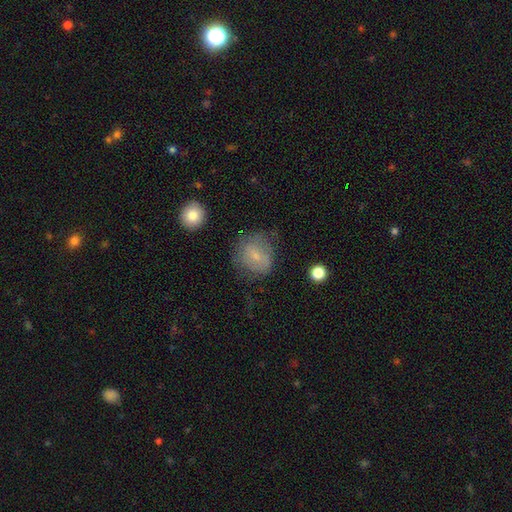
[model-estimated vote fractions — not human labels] Smooth or featured: smooth — 59% (featured or disk — 31%)
How rounded: round — 71% (in between — 28%)
Merging: none — 53% (minor disturbance — 27%)